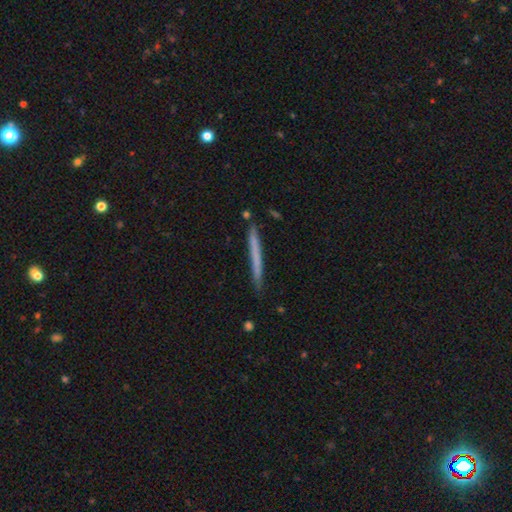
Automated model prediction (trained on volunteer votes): This is possibly a smooth galaxy (59%). How rounded: clearly cigar-shaped (97%). Merging: clearly none (86%).